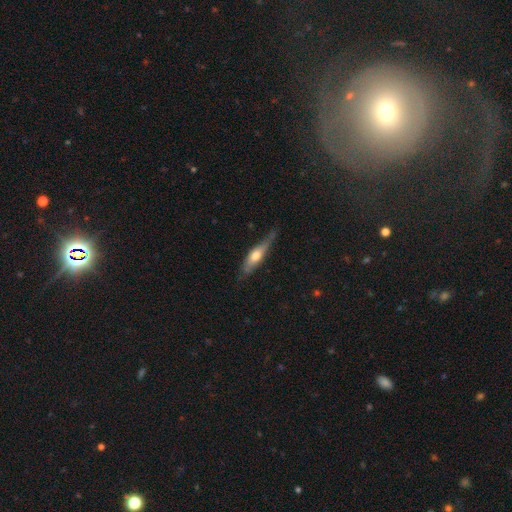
Smooth or featured? 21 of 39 (54%) said featured or disk. Edge-on disk? 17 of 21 (81%) said yes. Edge-on bulge? 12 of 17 (71%) said rounded. Merging? 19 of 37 (51%) said none.